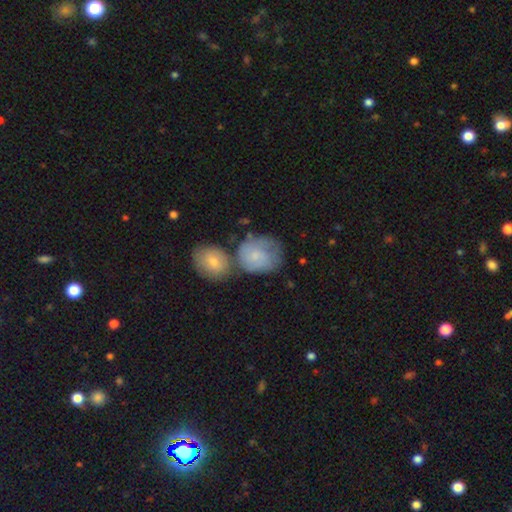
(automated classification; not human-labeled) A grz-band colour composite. It shows a smooth galaxy with no disk features (60%) that is round (64%). Merging: none (38%).